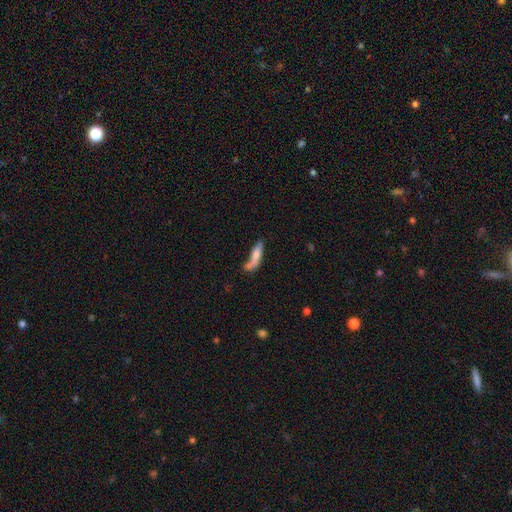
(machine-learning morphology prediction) Smooth or featured?
  - smooth: 70% *
  - featured or disk: 22%
  - star or artifact: 7%
How rounded?
  - cigar-shaped: 62% *
  - in between: 35%
  - round: 2%
Merging?
  - none: 38% *
  - merger: 28%
  - minor disturbance: 21%
  - major disturbance: 13%